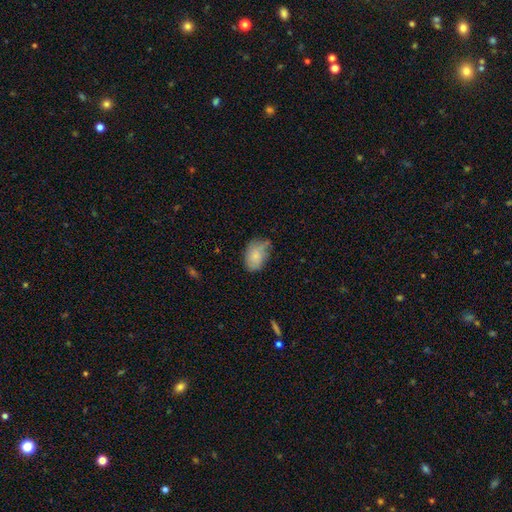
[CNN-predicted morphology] Smooth or featured?
  - smooth: 82% *
  - featured or disk: 11%
  - star or artifact: 7%
How rounded?
  - in between: 87% *
  - round: 12%
  - cigar-shaped: 1%
Merging?
  - none: 61% *
  - minor disturbance: 29%
  - major disturbance: 6%
  - merger: 3%